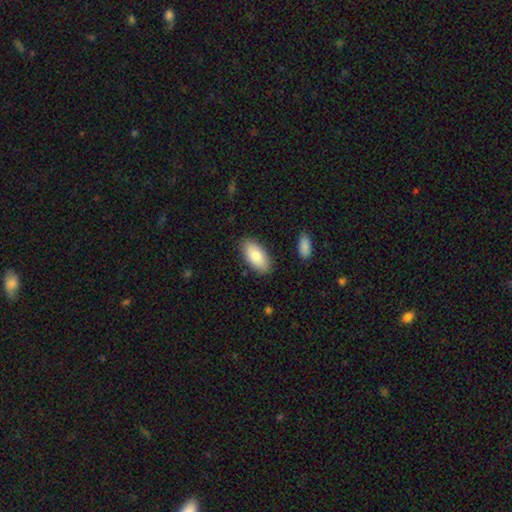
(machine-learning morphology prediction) Overall: smooth (81%). How rounded: in between (93%). Merging: none (85%).